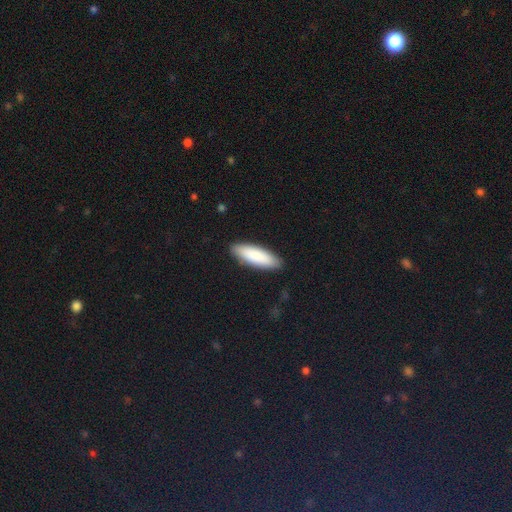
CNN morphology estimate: The model was most divided on "how rounded": in between: 50%, cigar-shaped: 49%, round: 1%. More confident: merging — none (88%); smooth or featured — smooth (87%).